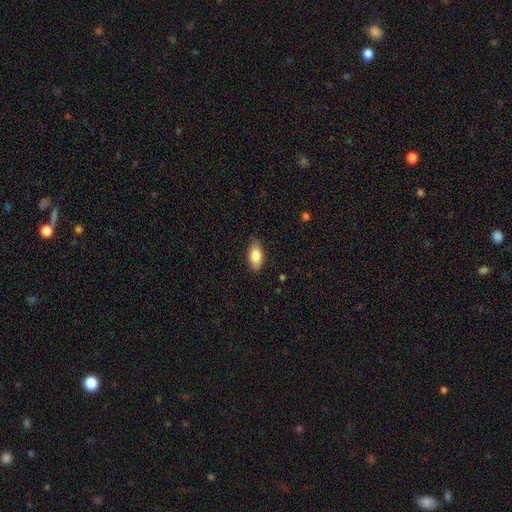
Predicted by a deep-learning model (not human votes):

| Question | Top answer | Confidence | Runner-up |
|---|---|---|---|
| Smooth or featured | smooth | 82% | featured or disk (11%) |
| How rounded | in between | 89% | cigar-shaped (7%) |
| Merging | none | 85% | minor disturbance (12%) |